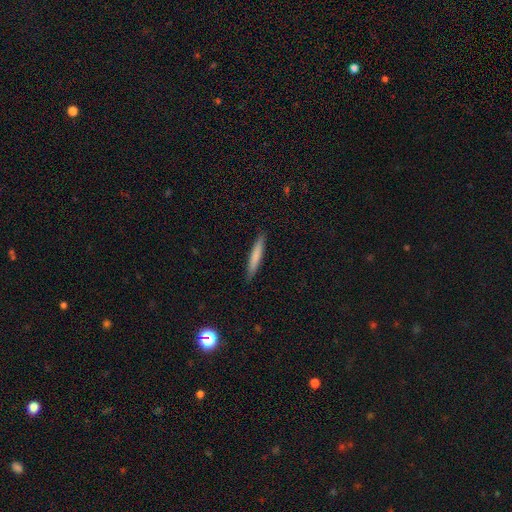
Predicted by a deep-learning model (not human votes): smooth 75%, featured or disk 19%, star or artifact 6%. Down the decision tree: how rounded — cigar-shaped (94%); merging — none (89%).